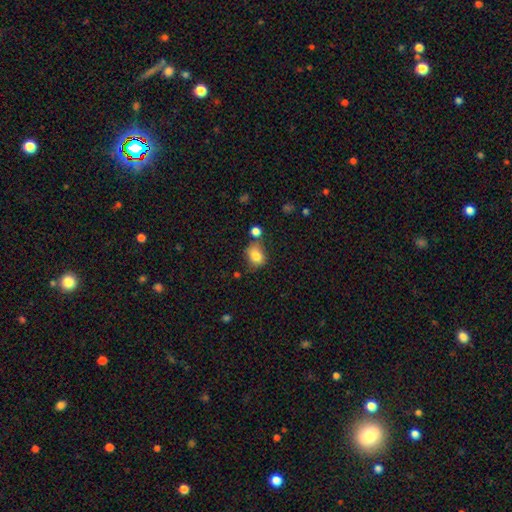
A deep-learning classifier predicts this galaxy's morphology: The model was most divided on "how rounded": in between: 52%, round: 47%, cigar-shaped: 1%. More confident: smooth or featured — smooth (82%); merging — none (59%).